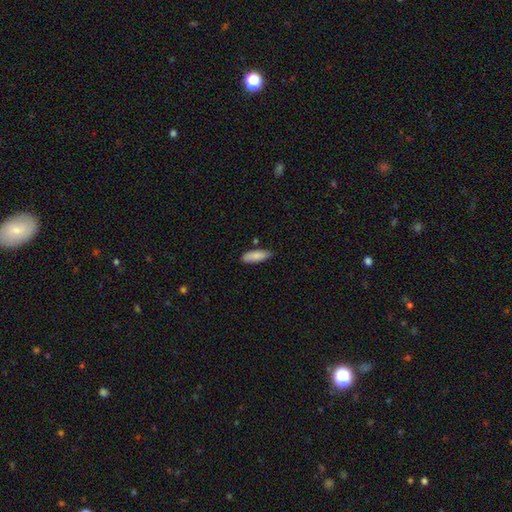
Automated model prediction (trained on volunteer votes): A smooth galaxy with no disk features (85%) that is in between round and cigar-shaped (65%). Merging: none (76%).